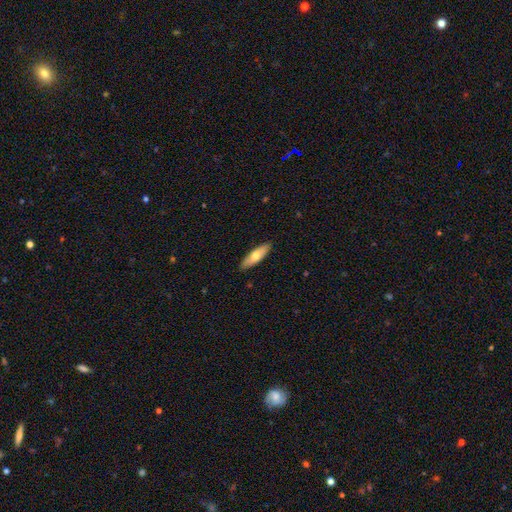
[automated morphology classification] smooth 66%, featured or disk 29%, star or artifact 5%. Down the decision tree: how rounded — cigar-shaped (53%); merging — none (89%).